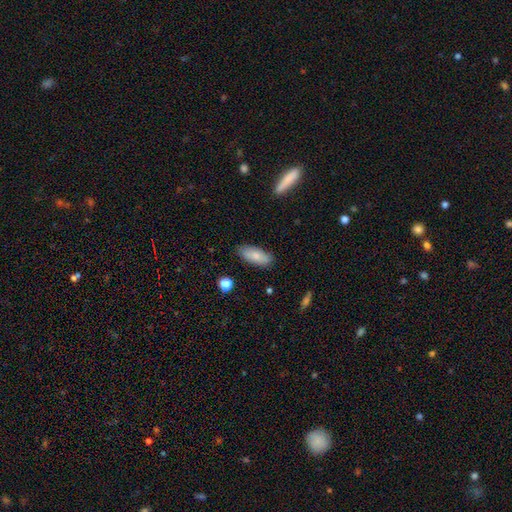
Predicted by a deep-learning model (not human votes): Overall: smooth (78%). How rounded: in between (83%). Merging: none (83%).